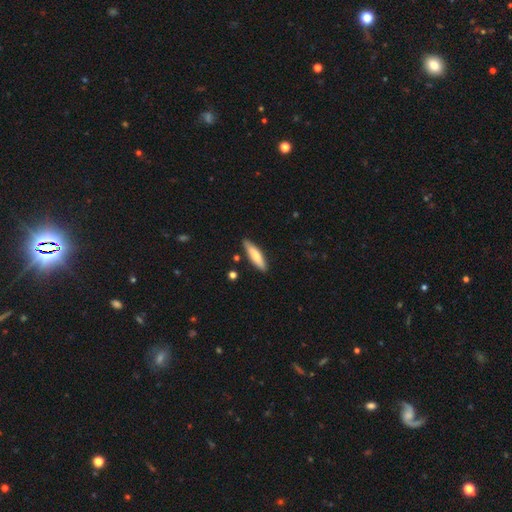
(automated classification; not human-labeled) This appears to be a smooth galaxy with no disk features (69%) that is cigar-shaped (73%). Merging: none (85%).